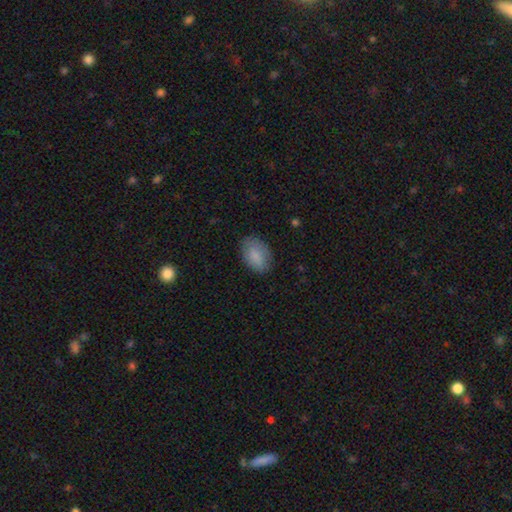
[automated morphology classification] Smooth or featured?
  - smooth: 86% *
  - featured or disk: 8%
  - star or artifact: 7%
How rounded?
  - in between: 87% *
  - round: 11%
  - cigar-shaped: 1%
Merging?
  - none: 80% *
  - minor disturbance: 16%
  - major disturbance: 4%
  - merger: 1%